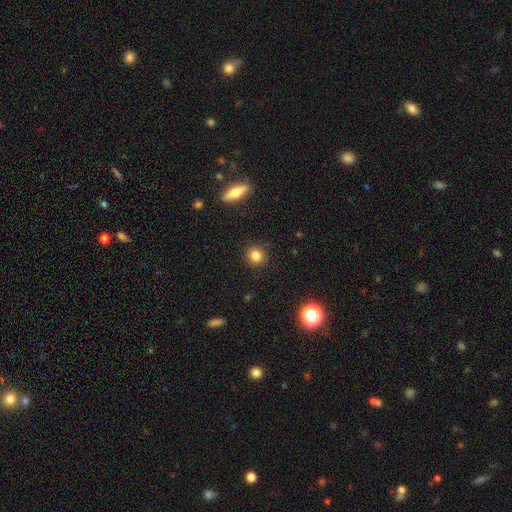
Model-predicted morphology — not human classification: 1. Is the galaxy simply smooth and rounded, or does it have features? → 83% smooth, 11% star or artifact, 6% featured or disk.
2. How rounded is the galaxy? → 90% round, 8% in between, 1% cigar-shaped.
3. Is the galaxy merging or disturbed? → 90% none, 6% minor disturbance, 2% major disturbance, 1% merger.